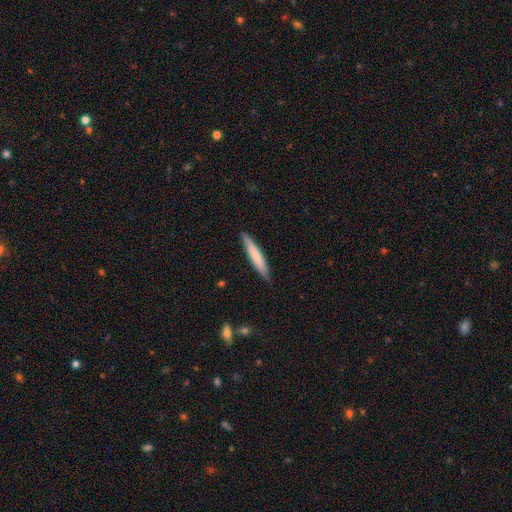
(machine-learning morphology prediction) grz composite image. It shows a smooth galaxy with no disk features (70%) that is cigar-shaped (93%). Merging: none (87%).